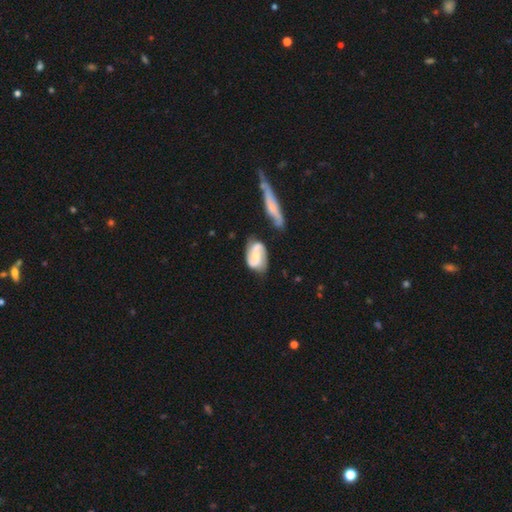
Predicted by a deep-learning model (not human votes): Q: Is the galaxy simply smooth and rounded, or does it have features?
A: featured or disk — 77%.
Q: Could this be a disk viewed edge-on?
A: no — 96%.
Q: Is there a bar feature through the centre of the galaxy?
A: no — 48%.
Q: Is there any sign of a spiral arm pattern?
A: yes — 95%.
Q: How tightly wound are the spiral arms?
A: medium — 48%.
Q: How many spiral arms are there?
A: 2 — 89%.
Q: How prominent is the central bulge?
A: small — 48%.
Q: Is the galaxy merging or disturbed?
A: none — 67%.